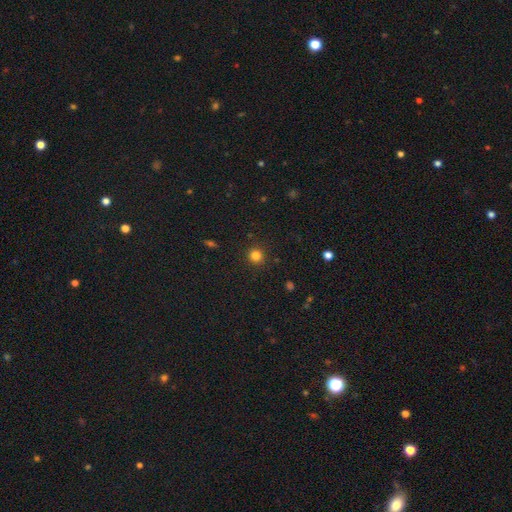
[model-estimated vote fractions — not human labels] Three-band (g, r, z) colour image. It shows a smooth galaxy with no disk features (82%) that is round (92%). Merging: none (91%).